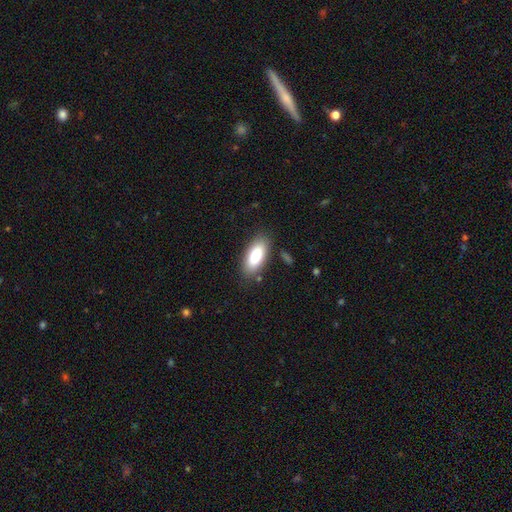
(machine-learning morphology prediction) Q: Smooth or featured?
A: smooth (86%); runner-up: featured or disk (8%)
Q: How rounded?
A: in between (84%); runner-up: cigar-shaped (14%)
Q: Merging?
A: none (83%); runner-up: minor disturbance (12%)